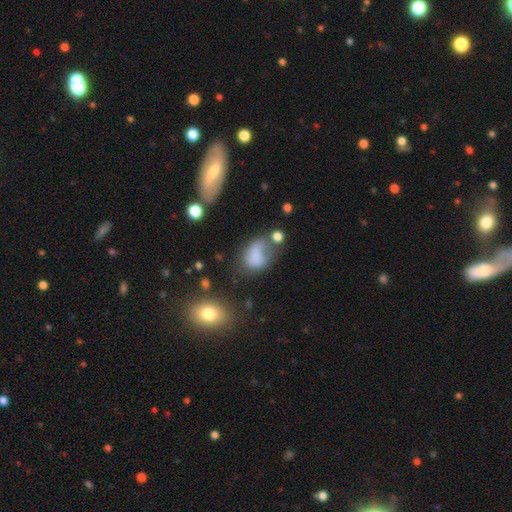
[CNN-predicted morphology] smooth 70%, featured or disk 17%, star or artifact 13%. Down the decision tree: how rounded — in between (78%); merging — major disturbance (33%).